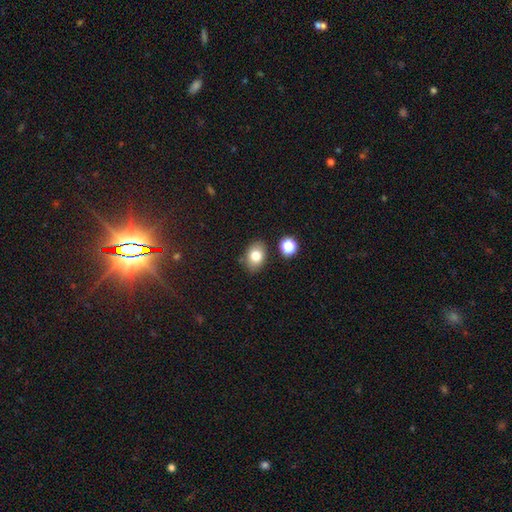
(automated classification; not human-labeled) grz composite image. It shows a smooth galaxy with no disk features (79%) that is in between round and cigar-shaped (72%). Merging: none (81%).